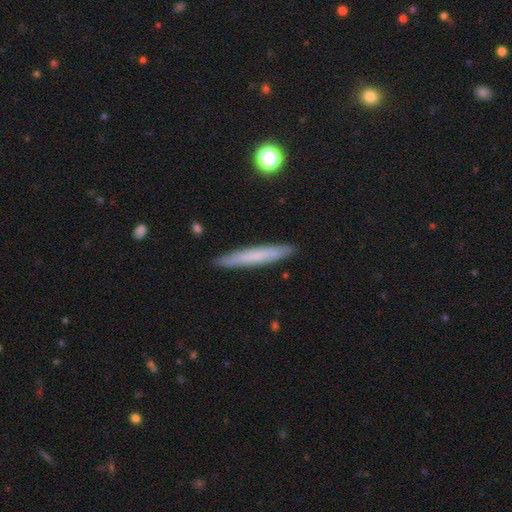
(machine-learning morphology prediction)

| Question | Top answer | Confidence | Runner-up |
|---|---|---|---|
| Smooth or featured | smooth | 65% | featured or disk (28%) |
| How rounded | cigar-shaped | 95% | in between (3%) |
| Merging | none | 91% | minor disturbance (7%) |